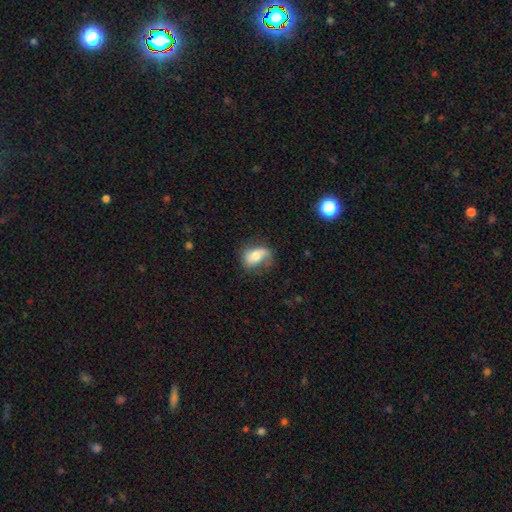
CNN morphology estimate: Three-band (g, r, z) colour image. It shows a smooth galaxy with no disk features (54%) that is in between round and cigar-shaped (77%). Merging: none (50%).